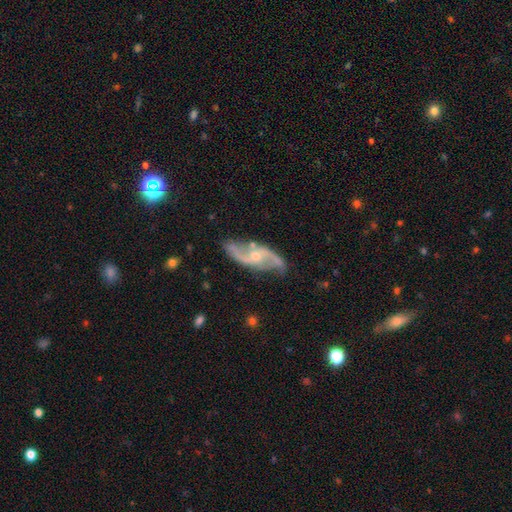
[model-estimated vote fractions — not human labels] smooth-or-featured: featured or disk: 89% | smooth: 6% | star or artifact: 5%
  disk-edge-on: no: 93% | yes: 7%
    bar: no: 58% | weak: 32% | strong: 10%
    has-spiral-arms: yes: 96% | no: 4%
      spiral-winding: loose: 67% | medium: 25% | tight: 8%
      spiral-arm-count: 2: 92% | can't tell: 3% | 3: 1% | 1: 1% | 4: 1% | more than 4: 1%
    bulge-size: small: 57% | moderate: 40% | none: 2% | large: 1% | dominant: 1%
  merging: none: 75% | minor disturbance: 17% | major disturbance: 5% | merger: 2%